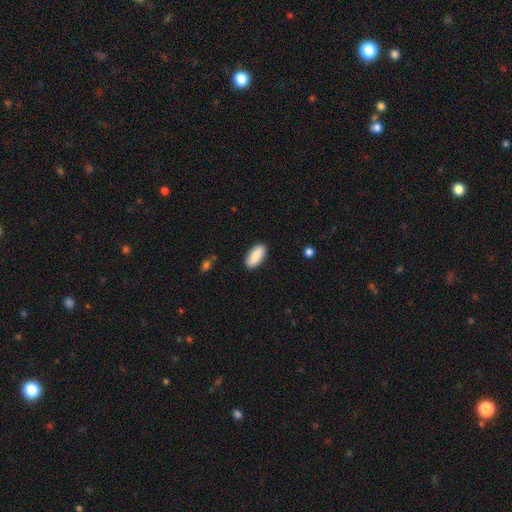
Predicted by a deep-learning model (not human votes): smooth_or_featured: smooth (p=0.88) [alt: featured or disk p=0.06]
how_rounded: in between (p=0.87) [alt: cigar-shaped p=0.11]
merging: none (p=0.88) [alt: minor disturbance p=0.09]